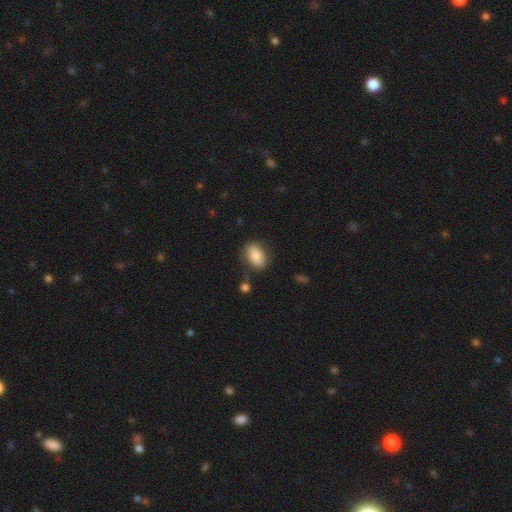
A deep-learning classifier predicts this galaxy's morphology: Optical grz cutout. It shows a smooth galaxy with no disk features (82%) that is in between round and cigar-shaped (88%). Merging: none (73%).